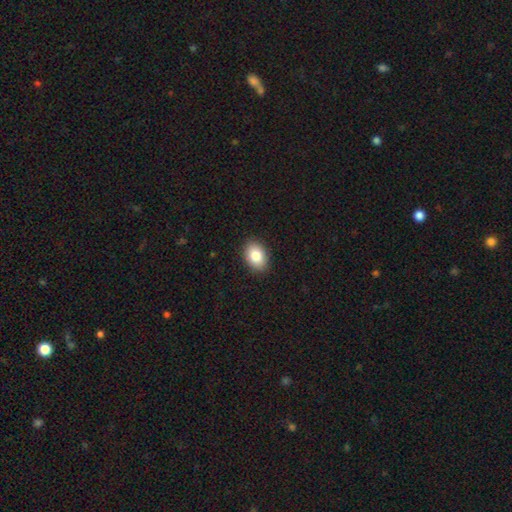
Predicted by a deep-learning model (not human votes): This is clearly a smooth galaxy (84%). How rounded: clearly in between (83%). Merging: clearly none (89%).